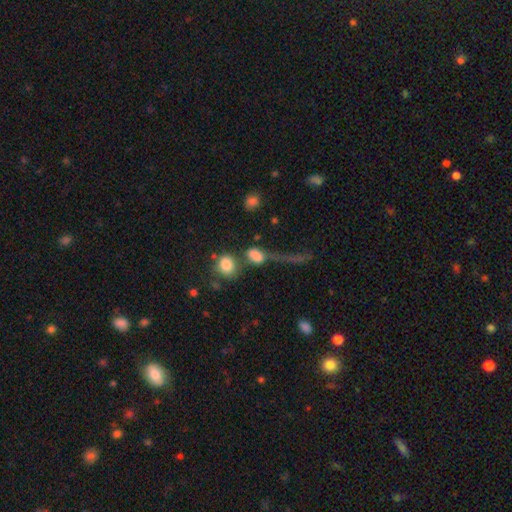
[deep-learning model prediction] Overall: smooth (78%). How rounded: in between (66%; round 29%). Merging: merger (34%; none 32%).